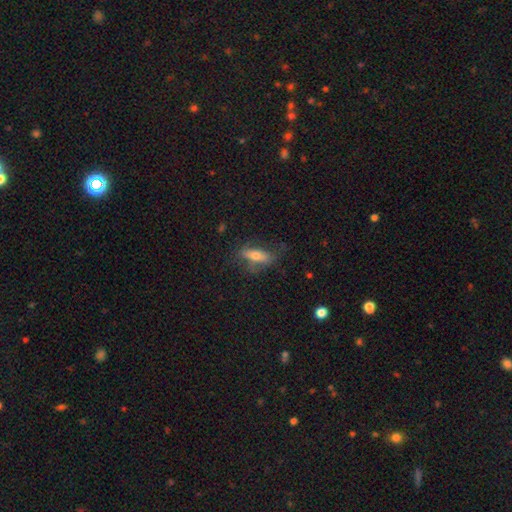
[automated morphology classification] Smooth or featured?
  - smooth: 55% *
  - featured or disk: 36%
  - star or artifact: 8%
How rounded?
  - in between: 61% *
  - cigar-shaped: 35%
  - round: 4%
Merging?
  - none: 64% *
  - minor disturbance: 22%
  - major disturbance: 12%
  - merger: 2%